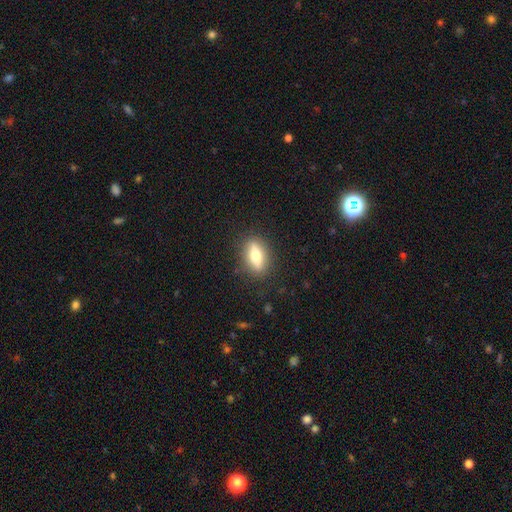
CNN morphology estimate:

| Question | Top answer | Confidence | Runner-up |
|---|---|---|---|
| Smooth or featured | smooth | 52% | featured or disk (40%) |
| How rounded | in between | 66% | cigar-shaped (25%) |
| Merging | none | 86% | minor disturbance (9%) |